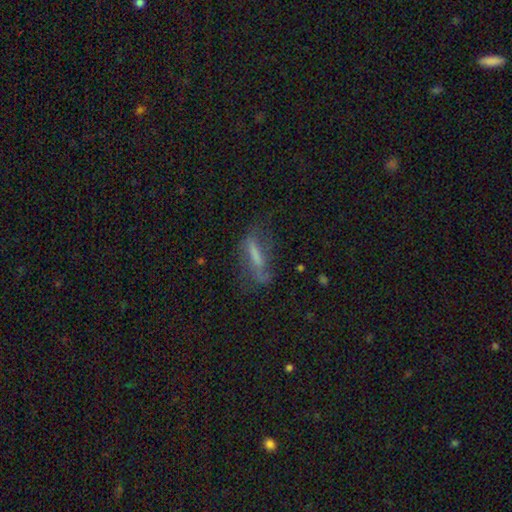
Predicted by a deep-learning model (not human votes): Smooth or featured?
  - smooth: 45% *
  - featured or disk: 42%
  - star or artifact: 13%
Merging?
  - none: 48% *
  - minor disturbance: 25%
  - major disturbance: 24%
  - merger: 3%